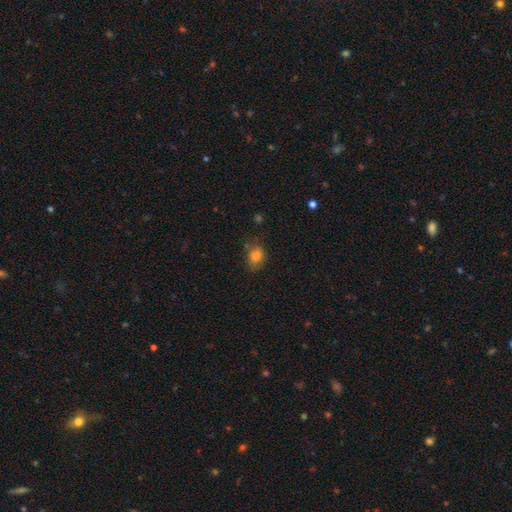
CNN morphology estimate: Smooth or featured: smooth — 80% (star or artifact — 12%)
How rounded: in between — 64% (round — 35%)
Merging: none — 68% (minor disturbance — 21%)